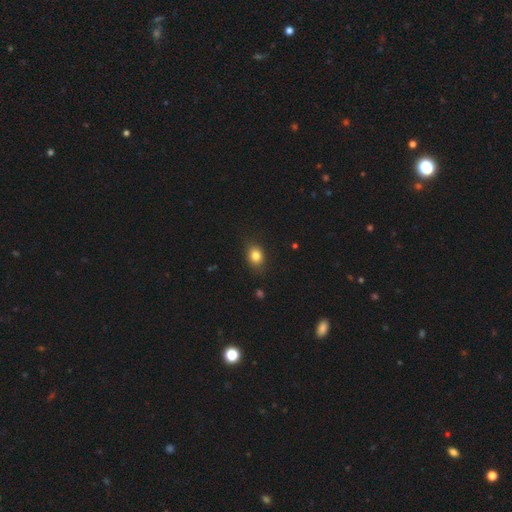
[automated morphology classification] Q: Smooth or featured?
A: smooth (82%); runner-up: star or artifact (11%)
Q: How rounded?
A: in between (57%); runner-up: round (42%)
Q: Merging?
A: none (83%); runner-up: minor disturbance (13%)